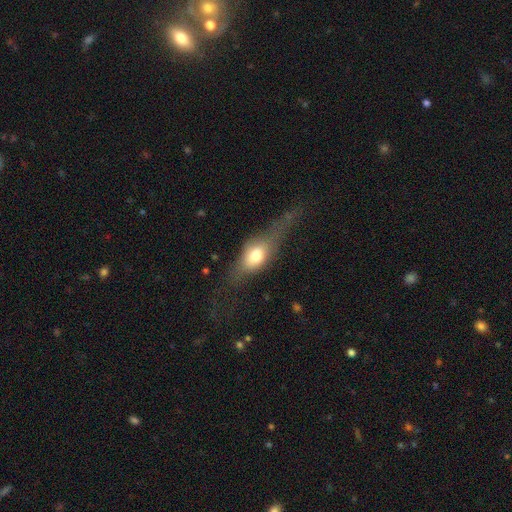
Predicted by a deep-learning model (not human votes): Smooth or featured?
  - smooth: 61% *
  - featured or disk: 31%
  - star or artifact: 8%
How rounded?
  - in between: 72% *
  - cigar-shaped: 16%
  - round: 12%
Merging?
  - major disturbance: 38% *
  - none: 34%
  - minor disturbance: 24%
  - merger: 4%